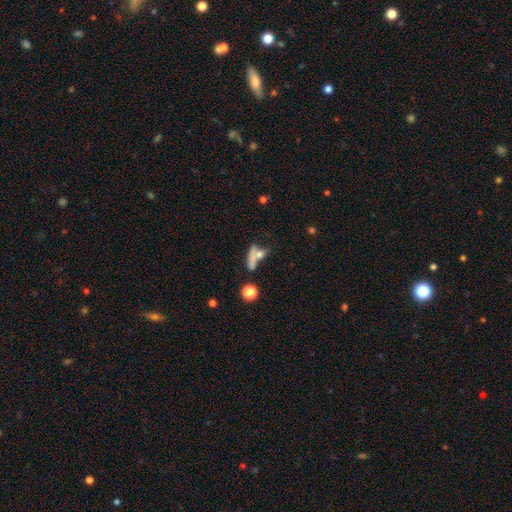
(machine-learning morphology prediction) This is likely a smooth galaxy (62%). How rounded: marginally in between (40%). Merging: marginally merger (38%).